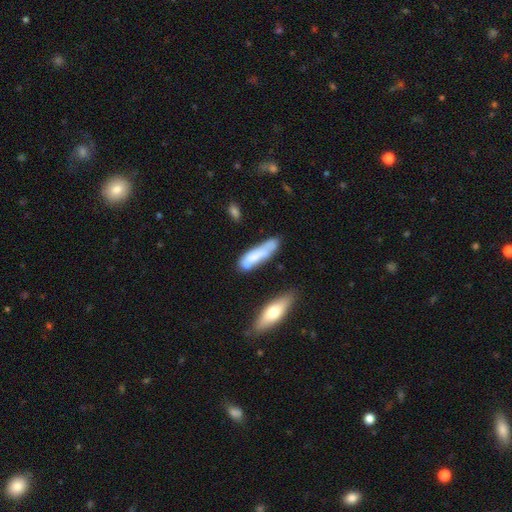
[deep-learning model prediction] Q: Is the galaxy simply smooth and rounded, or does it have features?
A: smooth — 66%.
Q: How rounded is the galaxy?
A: cigar-shaped — 69%.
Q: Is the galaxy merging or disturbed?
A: none — 58%.